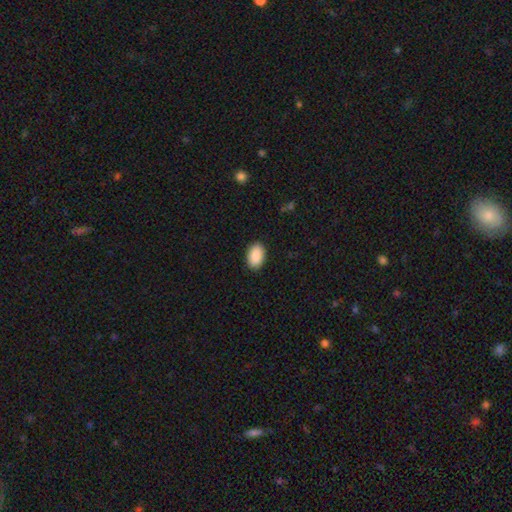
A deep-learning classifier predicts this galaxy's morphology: A smooth galaxy with no disk features (90%) that is in between round and cigar-shaped (92%).

Vote fractions:
- Smooth or featured? smooth: 90% / star or artifact: 6% / featured or disk: 4%
- How rounded? in between: 92% / round: 7% / cigar-shaped: 1%
- Merging? none: 90% / minor disturbance: 7% / major disturbance: 2% / merger: 1%